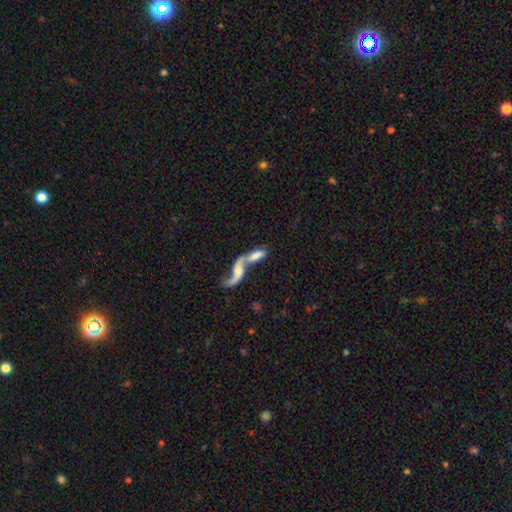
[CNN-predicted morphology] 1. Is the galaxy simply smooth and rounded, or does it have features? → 49% featured or disk, 42% smooth, 8% star or artifact.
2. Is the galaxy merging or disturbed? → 72% merger, 15% none, 7% major disturbance, 6% minor disturbance.